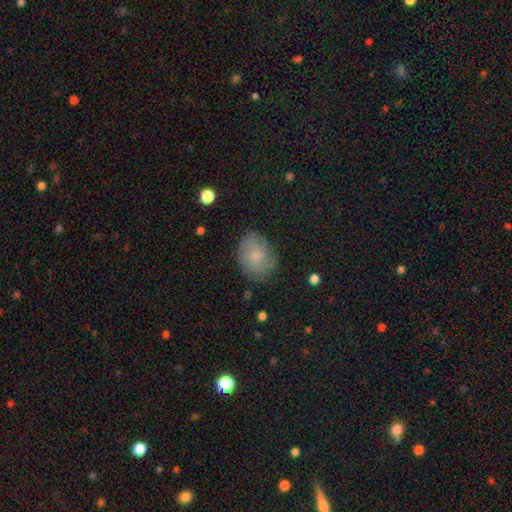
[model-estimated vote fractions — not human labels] smooth 64%, featured or disk 27%, star or artifact 9%. Down the decision tree: how rounded — in between (64%); merging — none (76%).